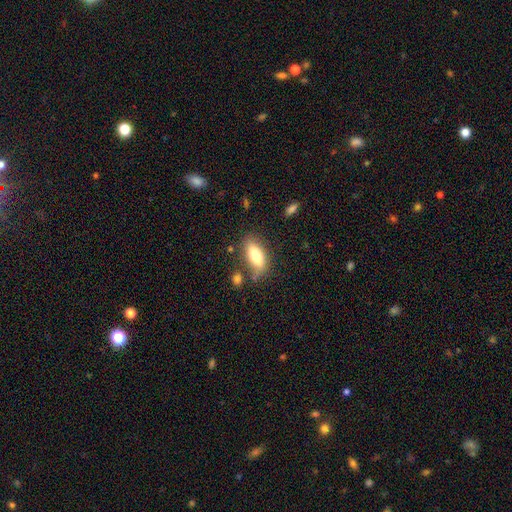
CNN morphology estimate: Q: Smooth or featured?
A: smooth (77%); runner-up: featured or disk (16%)
Q: How rounded?
A: in between (80%); runner-up: cigar-shaped (17%)
Q: Merging?
A: none (72%); runner-up: minor disturbance (17%)